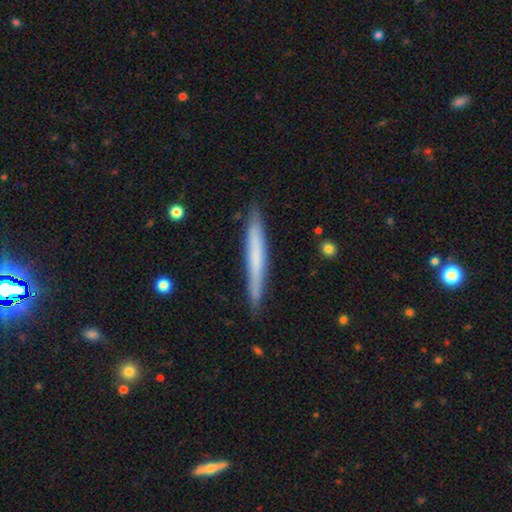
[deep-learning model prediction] smooth-or-featured: smooth: 57% | featured or disk: 37% | star or artifact: 6%
  how-rounded: cigar-shaped: 97% | in between: 2% | round: 1%
  merging: none: 88% | minor disturbance: 9% | major disturbance: 2% | merger: 1%